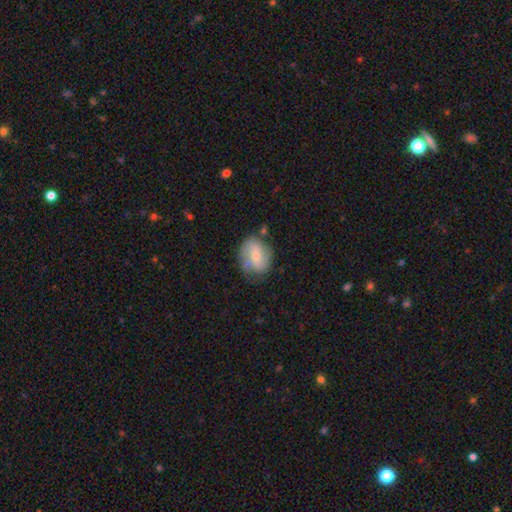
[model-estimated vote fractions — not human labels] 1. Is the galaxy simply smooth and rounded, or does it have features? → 48% featured or disk, 45% smooth, 7% star or artifact.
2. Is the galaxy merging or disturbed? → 62% none, 24% minor disturbance, 8% major disturbance, 6% merger.